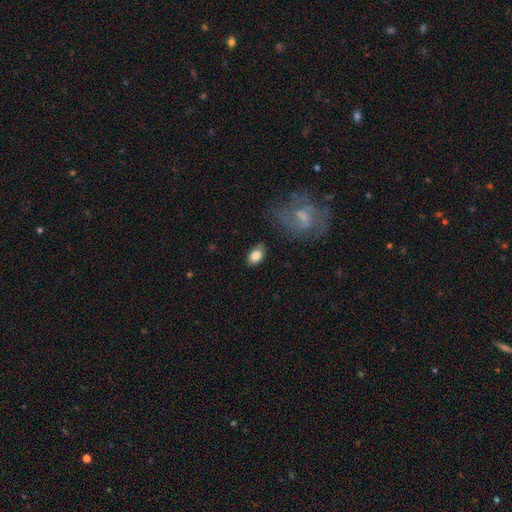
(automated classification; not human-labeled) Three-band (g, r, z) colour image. It shows a smooth galaxy with no disk features (81%) that is in between round and cigar-shaped (84%). Merging: none (79%).